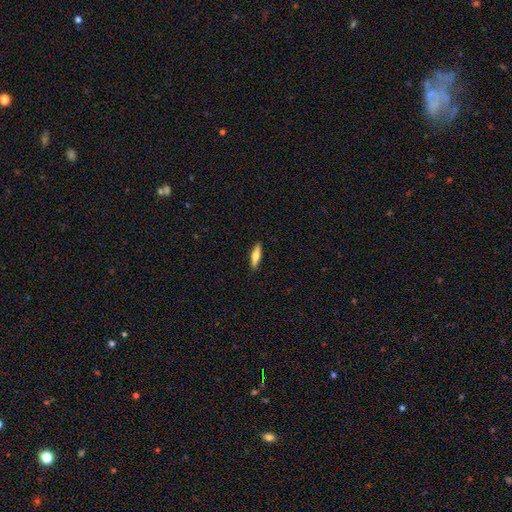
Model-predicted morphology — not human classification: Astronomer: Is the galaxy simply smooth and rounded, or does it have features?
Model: smooth — 58% (runner-up: featured or disk, 36%).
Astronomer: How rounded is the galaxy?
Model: cigar-shaped — 66%.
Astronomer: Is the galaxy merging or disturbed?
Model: none — 89%.